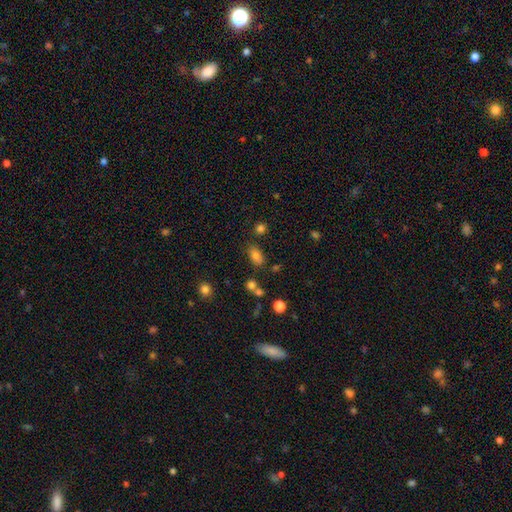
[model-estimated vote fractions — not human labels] Smooth or featured? smooth (78%)
How rounded? in between (87%)
Merging? none (72%)